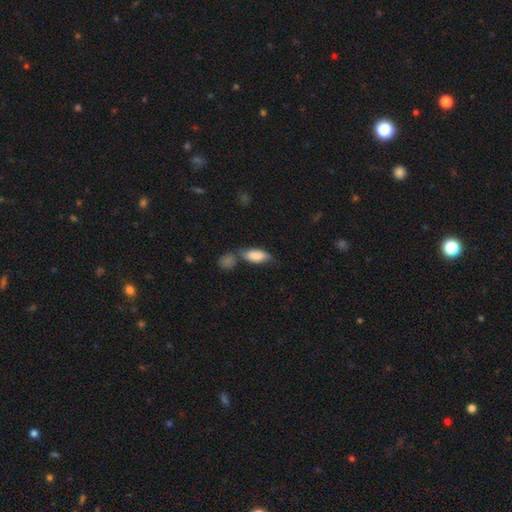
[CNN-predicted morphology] A smooth galaxy with no disk features (81%) that is in between round and cigar-shaped (82%).

Vote fractions:
- Smooth or featured? smooth: 81% / featured or disk: 12% / star or artifact: 6%
- How rounded? in between: 82% / cigar-shaped: 15% / round: 3%
- Merging? none: 42% / merger: 29% / minor disturbance: 21% / major disturbance: 8%